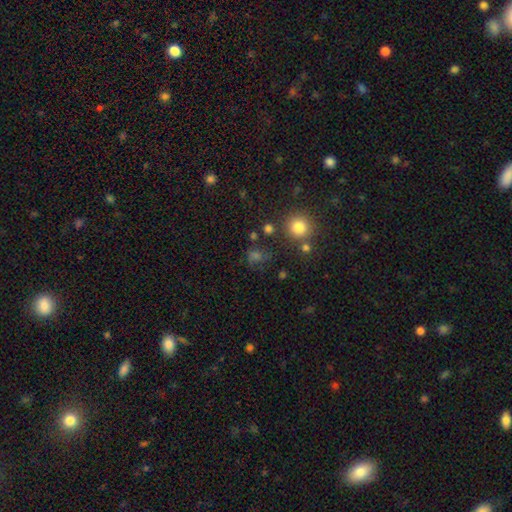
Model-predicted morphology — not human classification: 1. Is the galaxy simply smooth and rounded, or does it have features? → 52% smooth, 34% star or artifact, 14% featured or disk.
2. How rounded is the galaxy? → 69% round, 29% in between, 2% cigar-shaped.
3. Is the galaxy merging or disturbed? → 65% none, 16% minor disturbance, 12% major disturbance, 7% merger.